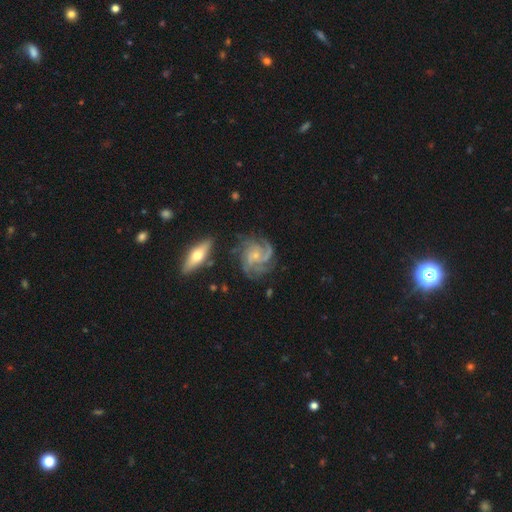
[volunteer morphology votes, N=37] Smooth or featured? 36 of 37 (97%) said featured or disk. Edge-on disk? 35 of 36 (97%) said no. Bar? 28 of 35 (80%) said no. Spiral arms? 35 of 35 (100%) said yes. Spiral winding? 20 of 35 (57%) said tight. Spiral arm count? 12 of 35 (34%) said 4. Bulge size? 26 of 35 (74%) said small. Merging? 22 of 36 (61%) said none.